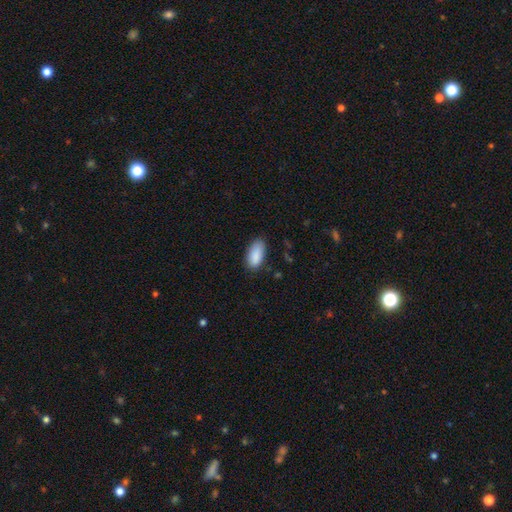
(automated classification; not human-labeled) Smooth or featured?
  - smooth: 89% *
  - star or artifact: 6%
  - featured or disk: 4%
How rounded?
  - in between: 93% *
  - cigar-shaped: 5%
  - round: 2%
Merging?
  - none: 74% *
  - minor disturbance: 20%
  - major disturbance: 4%
  - merger: 1%